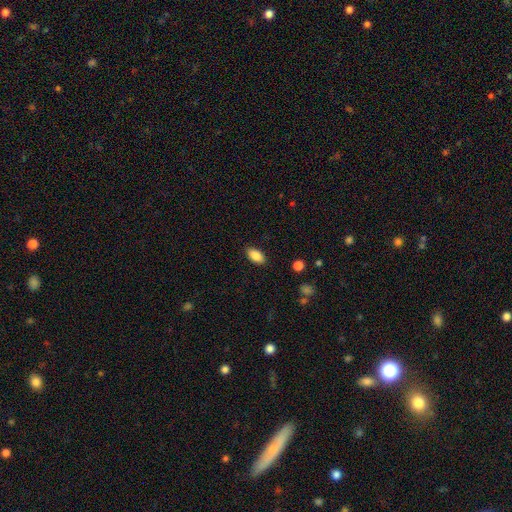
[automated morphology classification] Smooth or featured?
  - smooth: 87% *
  - star or artifact: 7%
  - featured or disk: 6%
How rounded?
  - in between: 92% *
  - cigar-shaped: 4%
  - round: 4%
Merging?
  - none: 87% *
  - minor disturbance: 9%
  - major disturbance: 2%
  - merger: 1%